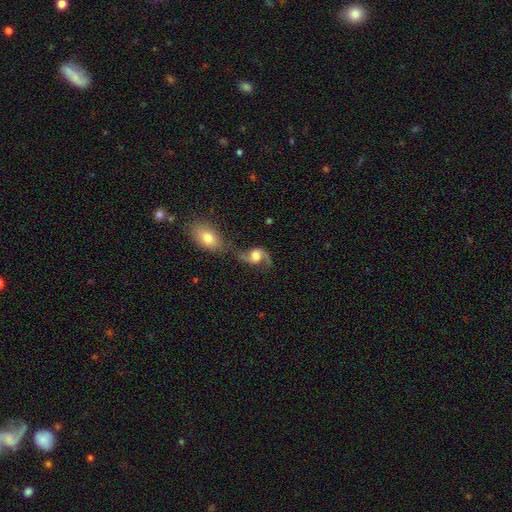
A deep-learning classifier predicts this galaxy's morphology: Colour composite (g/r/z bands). It shows a featured or disk galaxy (74%) with no bar (61%), 2 (88%) loose (67%) spiral arms (93%) and a large central bulge (47%). Merging: none (41%).